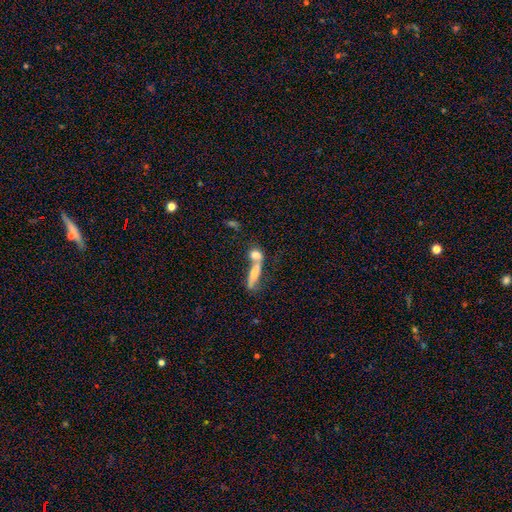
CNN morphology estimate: This appears to be a smooth galaxy with no disk features (66%) that is in between round and cigar-shaped (39%). Merging: merger (51%).